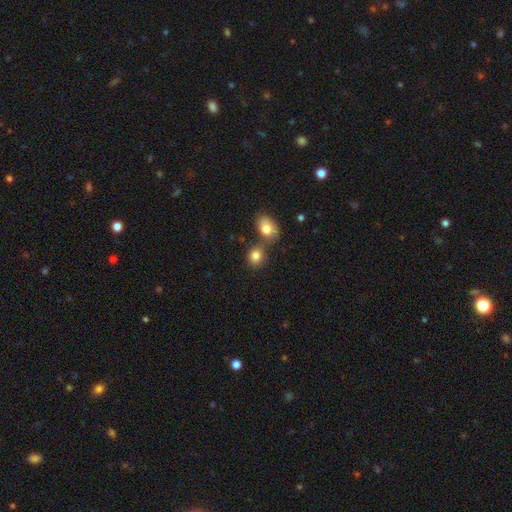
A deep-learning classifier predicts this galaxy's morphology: smooth-or-featured: smooth: 83% | star or artifact: 9% | featured or disk: 8%
  how-rounded: round: 64% | in between: 35% | cigar-shaped: 1%
  merging: none: 51% | merger: 37% | minor disturbance: 9% | major disturbance: 3%